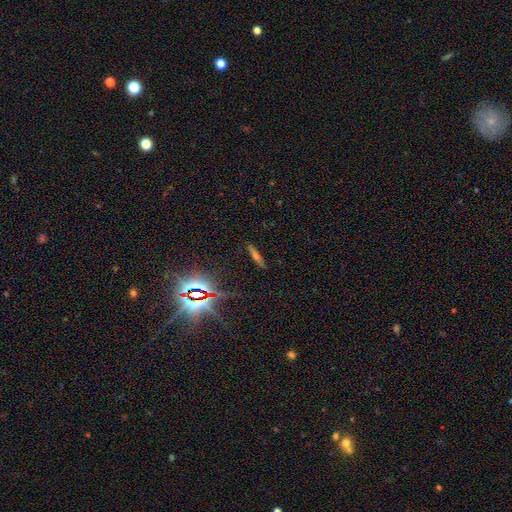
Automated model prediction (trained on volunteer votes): A featured or disk galaxy (34%, tied with star or artifact). Merging: none (85%).